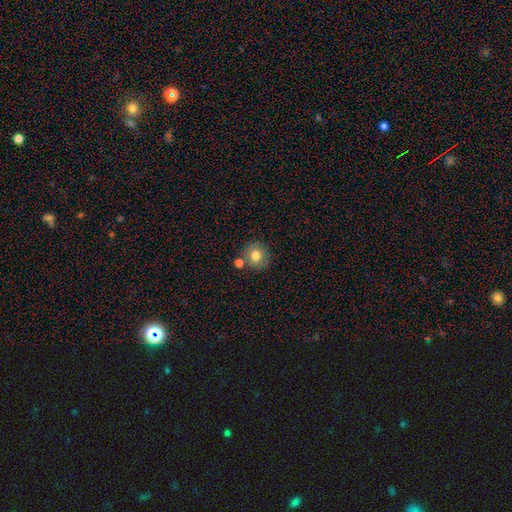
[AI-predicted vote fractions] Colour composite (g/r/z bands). It shows a smooth galaxy with no disk features (79%) that is round (87%). Merging: none (73%).